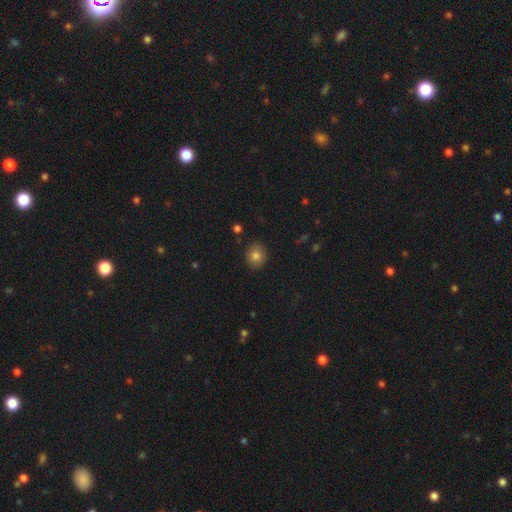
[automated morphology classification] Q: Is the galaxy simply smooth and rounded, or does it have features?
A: smooth — 81%.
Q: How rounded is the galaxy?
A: round — 71%.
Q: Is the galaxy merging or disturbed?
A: none — 89%.